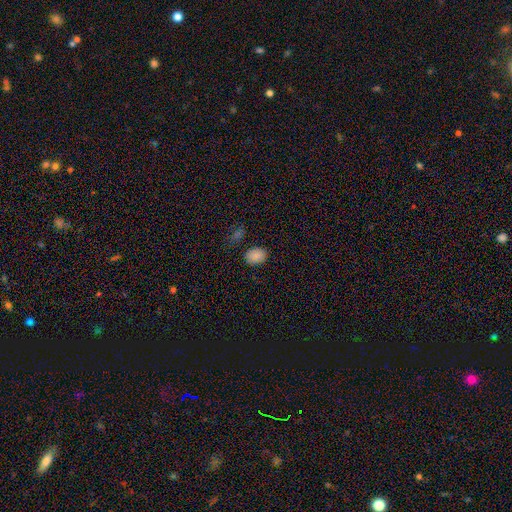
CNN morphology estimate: Smooth or featured: smooth — 85% (star or artifact — 11%)
How rounded: in between — 68% (round — 31%)
Merging: none — 81% (minor disturbance — 12%)